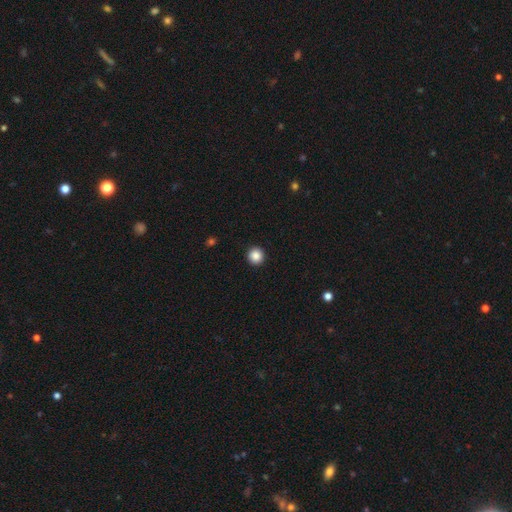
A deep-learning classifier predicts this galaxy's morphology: A smooth galaxy with no disk features (87%) that is round (96%). Merging: none (94%).